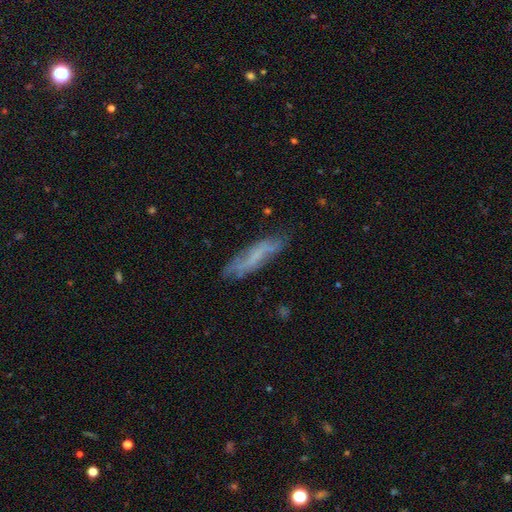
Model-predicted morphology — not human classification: A smooth galaxy with no disk features (46%). Merging: none (71%).